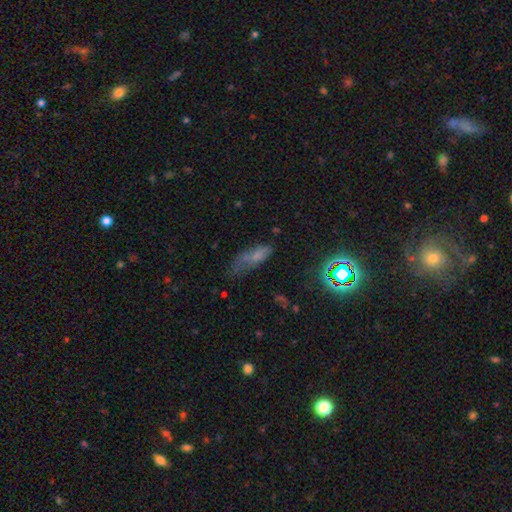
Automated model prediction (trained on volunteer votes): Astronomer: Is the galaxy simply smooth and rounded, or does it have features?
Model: smooth — 56%.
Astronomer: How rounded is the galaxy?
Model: in between — 65%.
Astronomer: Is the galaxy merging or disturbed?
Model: none — 35% (runner-up: minor disturbance, 29%).